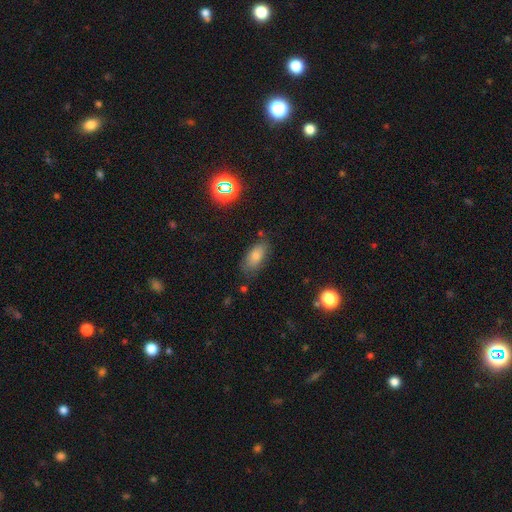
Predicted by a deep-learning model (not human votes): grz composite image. It shows a smooth galaxy with no disk features (74%) that is in between round and cigar-shaped (85%). Merging: none (78%).